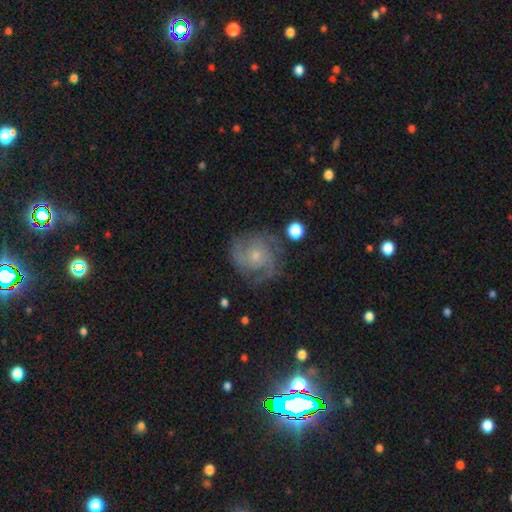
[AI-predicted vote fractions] A featured or disk galaxy (75%) with no bar (78%), tight (47%) spiral arms (92%) and a small central bulge (66%). Merging: none (70%).